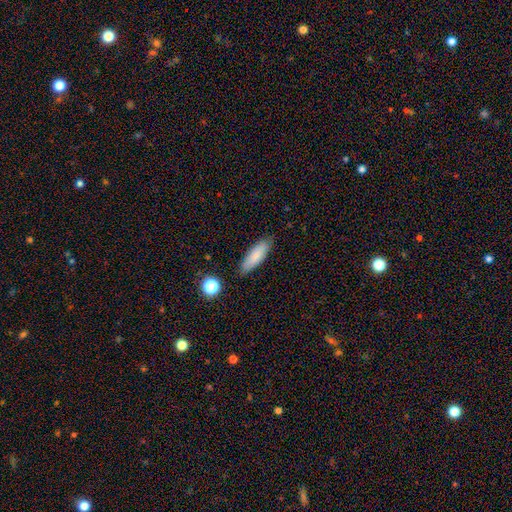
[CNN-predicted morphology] This is clearly a smooth galaxy (80%). How rounded: possibly in between (52%). Merging: clearly none (85%).